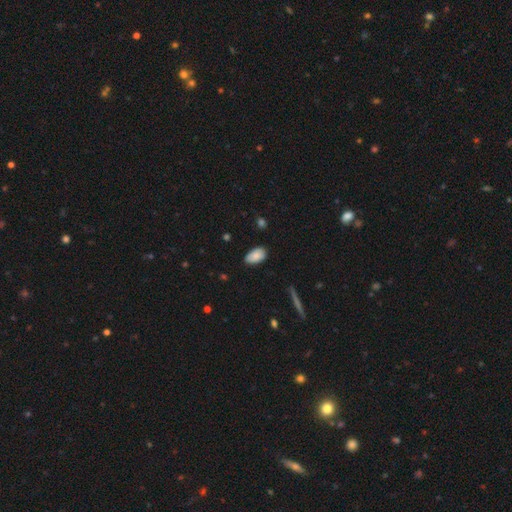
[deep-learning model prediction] Smooth or featured? Predicted: smooth (p=0.82). How rounded? Predicted: in between (p=0.94). Merging? Predicted: none (p=0.79).